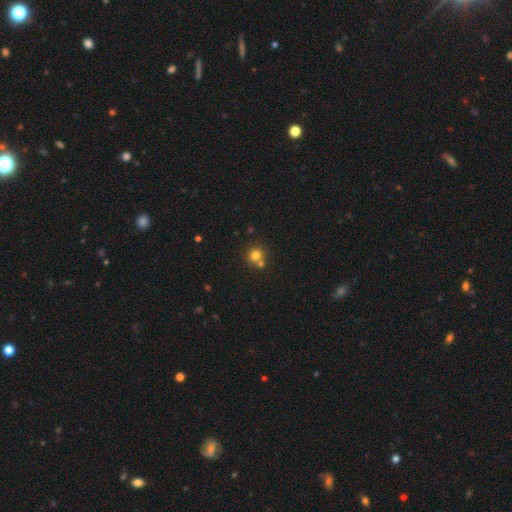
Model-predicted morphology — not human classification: The model was most divided on "merging": none: 61%, merger: 30%, minor disturbance: 7%, major disturbance: 2%. More confident: how rounded — round (90%); smooth or featured — smooth (77%).